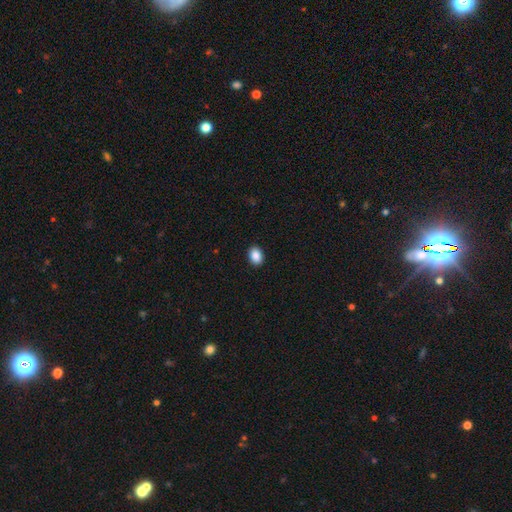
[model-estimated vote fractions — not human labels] The model was most divided on "how rounded": in between: 76%, round: 23%, cigar-shaped: 1%. More confident: merging — none (91%); smooth or featured — smooth (89%).